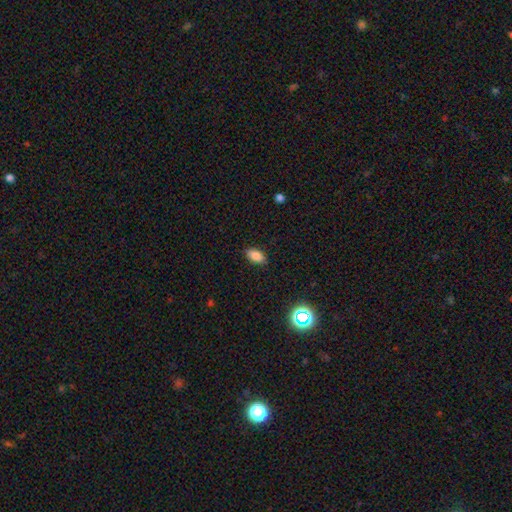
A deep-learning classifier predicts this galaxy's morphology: Q: Smooth or featured?
A: smooth (84%); runner-up: star or artifact (11%)
Q: How rounded?
A: in between (91%); runner-up: round (5%)
Q: Merging?
A: none (88%); runner-up: minor disturbance (9%)